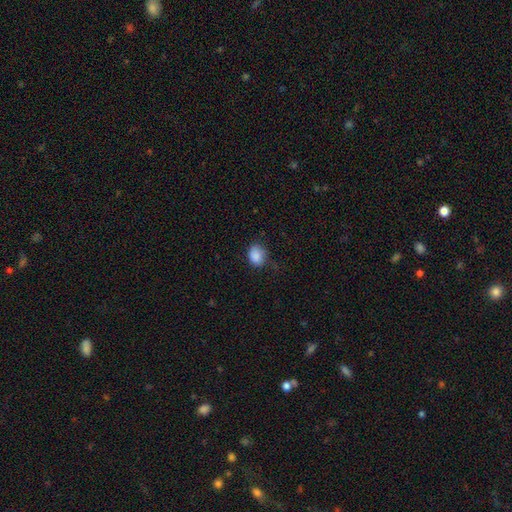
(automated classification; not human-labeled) The model was most divided on "how rounded": in between: 56%, round: 43%, cigar-shaped: 1%. More confident: smooth or featured — smooth (86%); merging — none (63%).